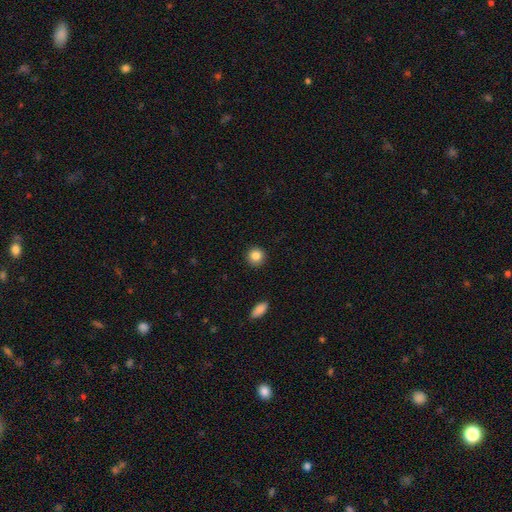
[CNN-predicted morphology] Smooth or featured: smooth — 85% (star or artifact — 9%)
How rounded: round — 92% (in between — 7%)
Merging: none — 91% (minor disturbance — 6%)